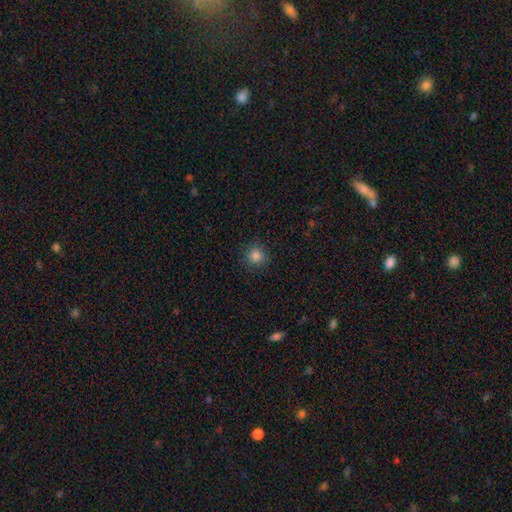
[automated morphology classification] This is clearly a smooth galaxy (83%). How rounded: clearly round (92%). Merging: clearly none (89%).